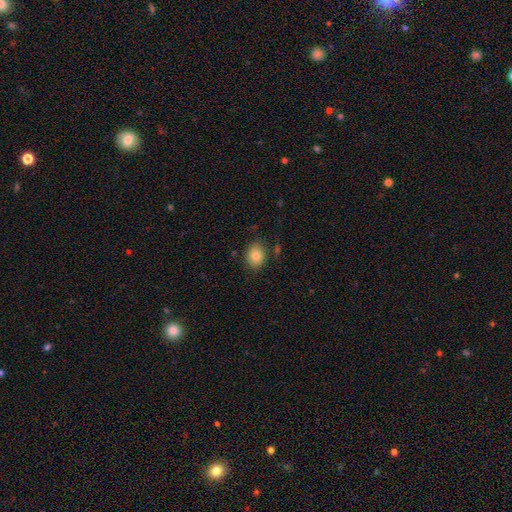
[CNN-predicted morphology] type=smooth (82%); roundness=in between (52%); merging=none (80%).